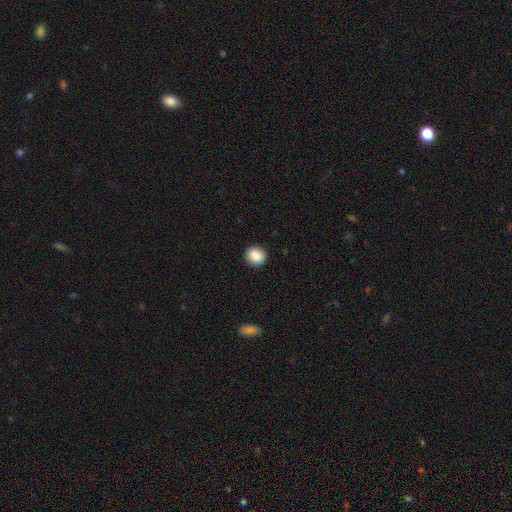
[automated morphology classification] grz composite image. It shows a smooth galaxy with no disk features (88%) that is round (80%). Merging: none (91%).